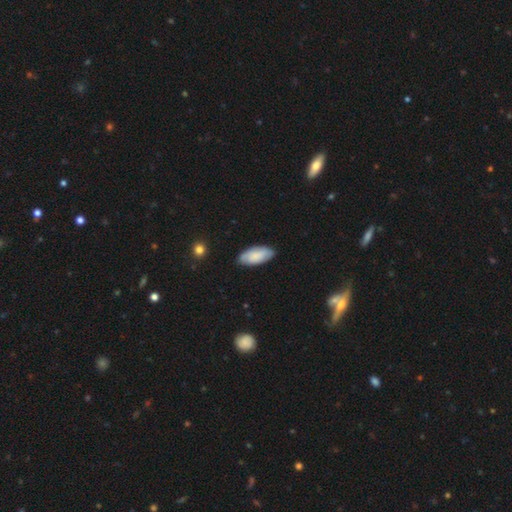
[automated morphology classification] type=smooth (77%); roundness=in between (90%); merging=none (80%).